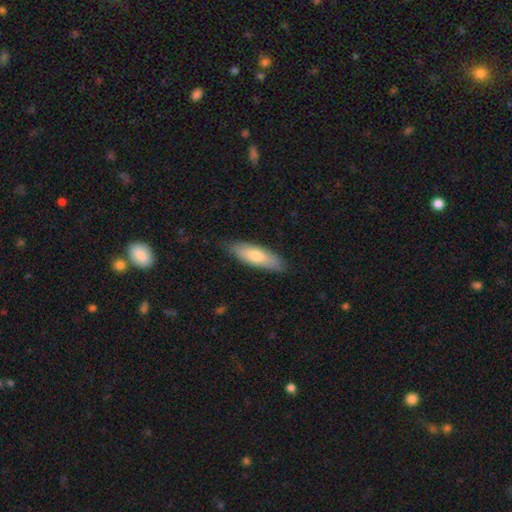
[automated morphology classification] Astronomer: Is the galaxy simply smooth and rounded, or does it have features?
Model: smooth — 71%.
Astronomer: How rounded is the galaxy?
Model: in between — 58% (runner-up: cigar-shaped, 40%).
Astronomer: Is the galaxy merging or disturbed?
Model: none — 81%.